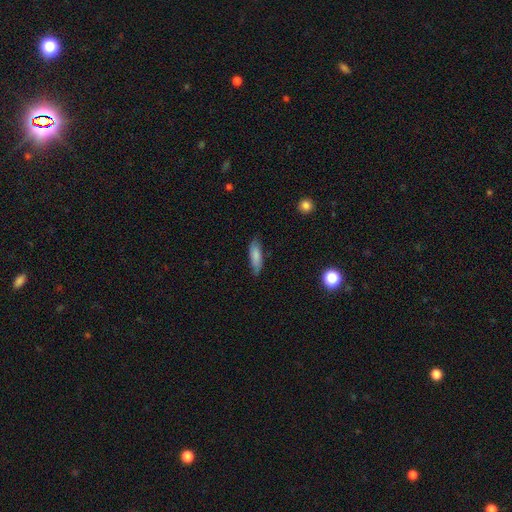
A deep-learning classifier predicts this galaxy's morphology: Smooth or featured: smooth — 82% (featured or disk — 11%)
How rounded: in between — 50% (cigar-shaped — 48%)
Merging: none — 76% (minor disturbance — 20%)